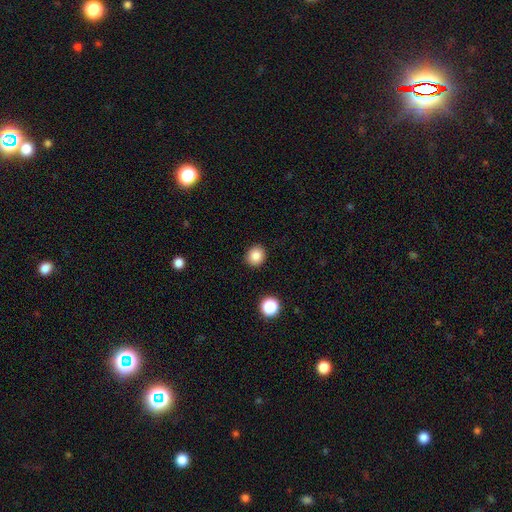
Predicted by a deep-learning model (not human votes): Q: Smooth or featured?
A: smooth (85%); runner-up: star or artifact (10%)
Q: How rounded?
A: round (83%); runner-up: in between (16%)
Q: Merging?
A: none (90%); runner-up: minor disturbance (6%)